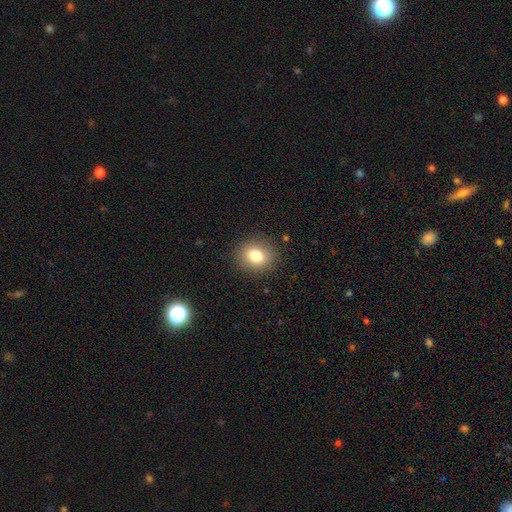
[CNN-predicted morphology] This appears to be a smooth galaxy with no disk features (80%) that is round (66%). Merging: none (88%).